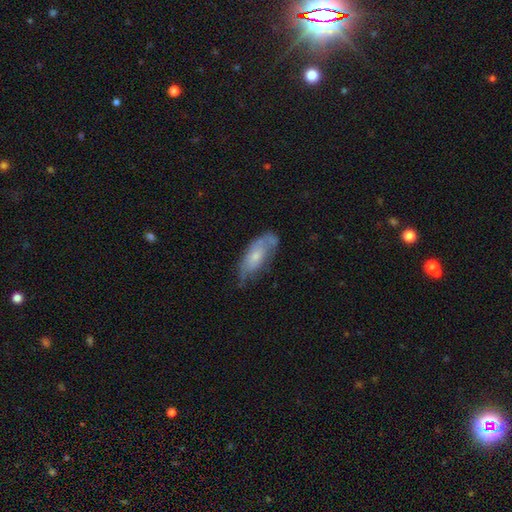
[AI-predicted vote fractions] Smooth or featured? smooth (50%)
Merging? none (48%)